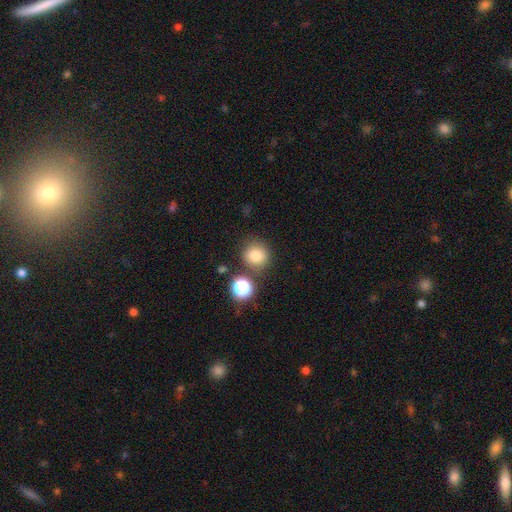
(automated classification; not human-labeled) Smooth or featured: smooth — 80% (star or artifact — 14%)
How rounded: round — 90% (in between — 9%)
Merging: none — 78% (minor disturbance — 10%)